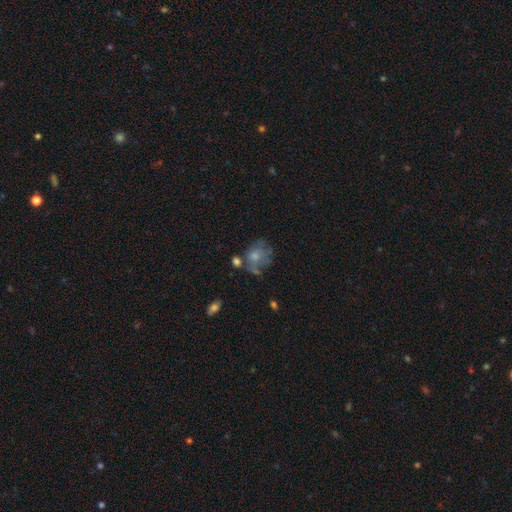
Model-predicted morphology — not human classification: Smooth or featured?
  - featured or disk: 45% *
  - smooth: 40%
  - star or artifact: 15%
Merging?
  - none: 52% *
  - minor disturbance: 23%
  - major disturbance: 15%
  - merger: 10%